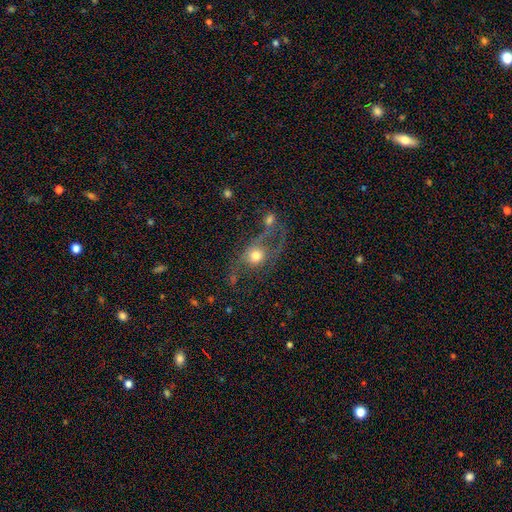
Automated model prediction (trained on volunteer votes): Q: Smooth or featured?
A: featured or disk (44%); tied with: smooth (44%)
Q: Merging?
A: none (31%); runner-up: major disturbance (29%)